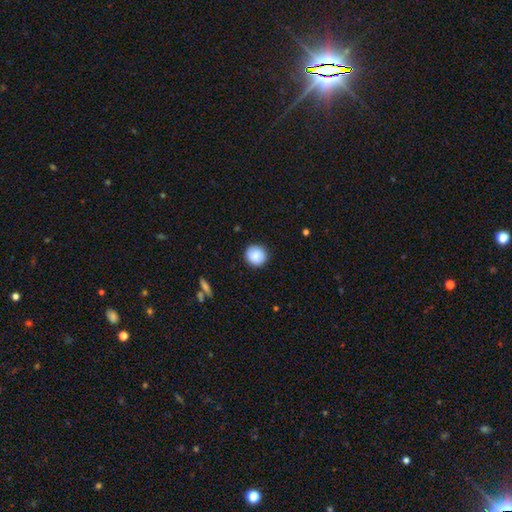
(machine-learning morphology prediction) The model was most divided on "smooth or featured": smooth: 87%, star or artifact: 8%, featured or disk: 5%. More confident: how rounded — round (92%); merging — none (90%).